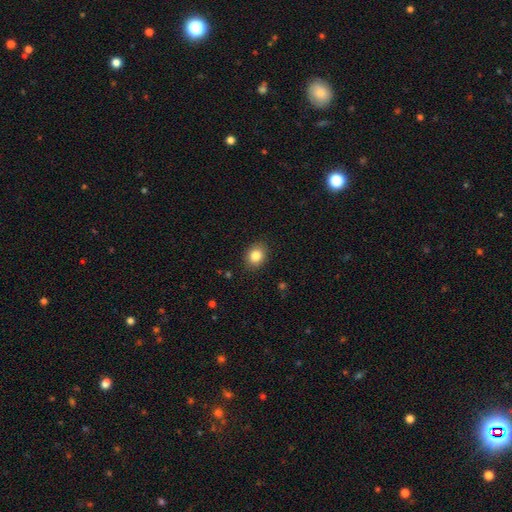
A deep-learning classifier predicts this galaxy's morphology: A smooth galaxy with no disk features (84%) that is round (51%).

Vote fractions:
- Smooth or featured? smooth: 84% / star or artifact: 10% / featured or disk: 6%
- How rounded? round: 51% / in between: 48% / cigar-shaped: 1%
- Merging? none: 88% / minor disturbance: 8% / major disturbance: 2% / merger: 1%